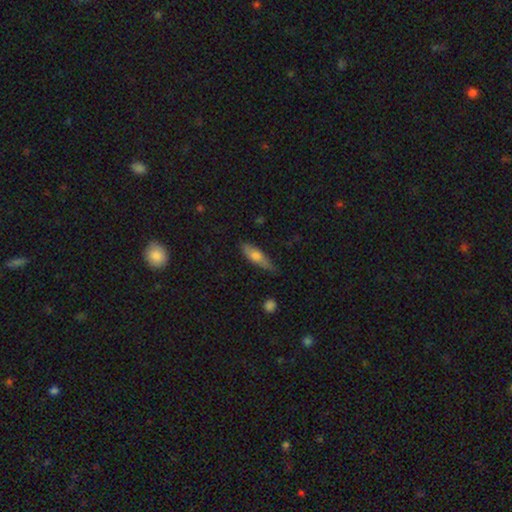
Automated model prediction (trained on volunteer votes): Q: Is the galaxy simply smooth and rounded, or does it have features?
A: smooth — 67%.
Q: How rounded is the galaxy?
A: cigar-shaped — 53%.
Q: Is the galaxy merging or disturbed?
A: none — 69%.